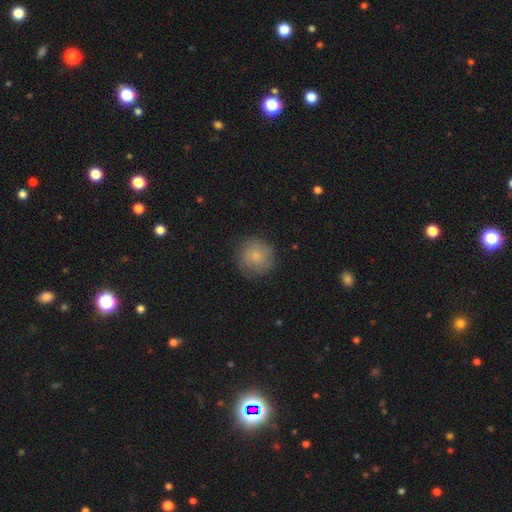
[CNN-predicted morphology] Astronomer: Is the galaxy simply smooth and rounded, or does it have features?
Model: smooth — 73%.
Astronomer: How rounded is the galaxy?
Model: round — 93%.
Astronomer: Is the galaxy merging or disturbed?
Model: none — 81%.